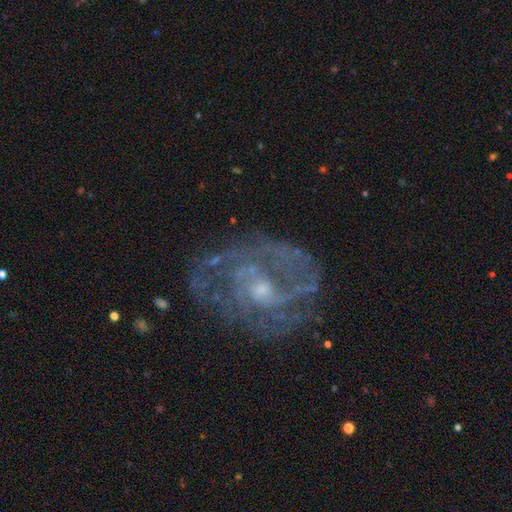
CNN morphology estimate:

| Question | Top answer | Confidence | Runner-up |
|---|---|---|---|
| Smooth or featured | featured or disk | 80% | star or artifact (12%) |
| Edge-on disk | no | 97% | yes (3%) |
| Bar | no | 57% | weak (35%) |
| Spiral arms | yes | 86% | no (14%) |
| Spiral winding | tight | 48% | medium (39%) |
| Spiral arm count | can't tell | 37% | 2 (27%) |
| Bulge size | small | 58% | moderate (35%) |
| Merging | none | 71% | minor disturbance (16%) |